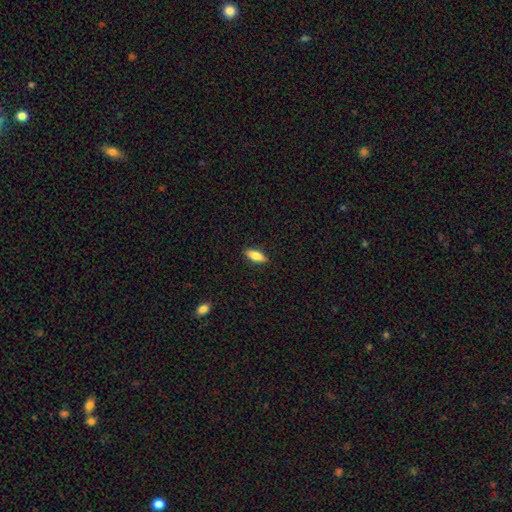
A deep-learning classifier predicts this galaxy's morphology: type=smooth (78%); roundness=in between (71%); merging=none (89%).